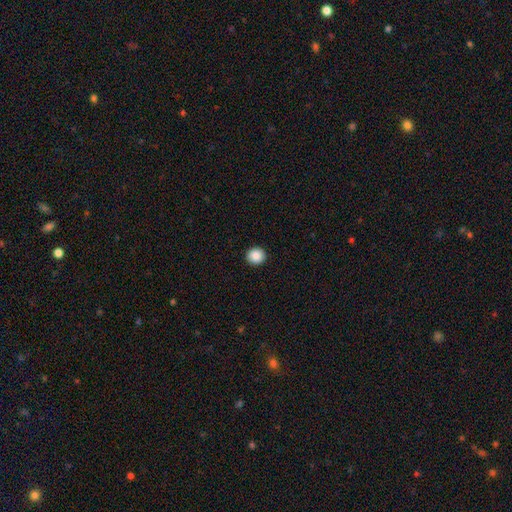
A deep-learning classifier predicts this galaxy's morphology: Smooth or featured: smooth — 88% (star or artifact — 9%)
How rounded: round — 89% (in between — 10%)
Merging: none — 93% (minor disturbance — 5%)